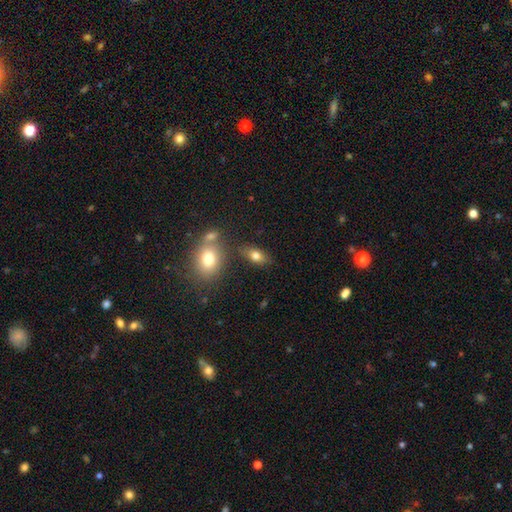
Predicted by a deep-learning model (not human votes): The model was most divided on "merging": none: 72%, minor disturbance: 13%, merger: 10%, major disturbance: 4%. More confident: how rounded — in between (82%); smooth or featured — smooth (76%).